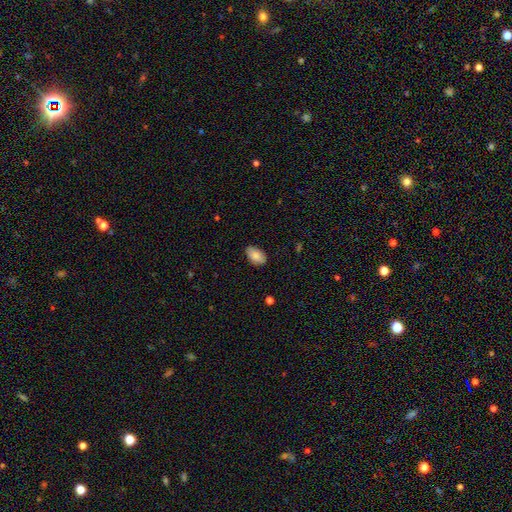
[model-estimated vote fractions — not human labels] A smooth galaxy with no disk features (84%) that is in between round and cigar-shaped (93%).

Vote fractions:
- Smooth or featured? smooth: 84% / featured or disk: 9% / star or artifact: 7%
- How rounded? in between: 93% / round: 6% / cigar-shaped: 1%
- Merging? none: 82% / minor disturbance: 15% / major disturbance: 2% / merger: 1%